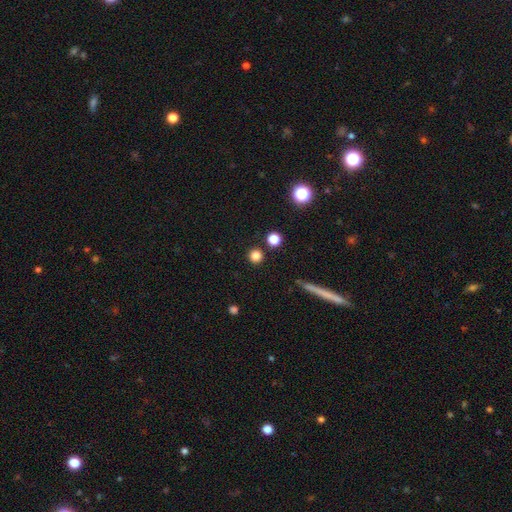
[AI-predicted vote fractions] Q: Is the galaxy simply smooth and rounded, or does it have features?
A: smooth — 82%.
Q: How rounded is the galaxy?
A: round — 94%.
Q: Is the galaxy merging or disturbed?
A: none — 88%.